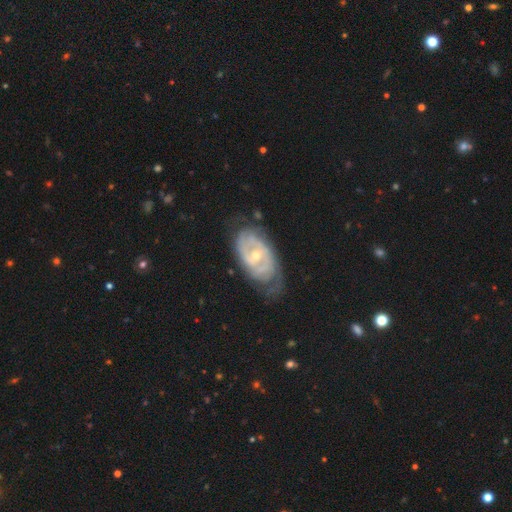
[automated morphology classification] The model was most divided on "spiral arm count": can't tell: 40%, 2: 38%, 3: 10%, 1: 4%, 4: 4%, more than 4: 3%. More confident: edge-on disk — no (95%); spiral arms — yes (89%); smooth or featured — featured or disk (82%); spiral winding — tight (68%); merging — none (58%); bulge size — small (57%); bar — no (53%).